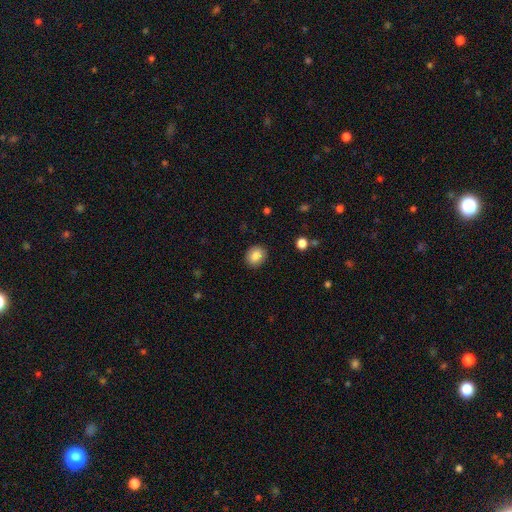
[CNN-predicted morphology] This appears to be a smooth galaxy with no disk features (85%) that is round (57%). Merging: none (89%).